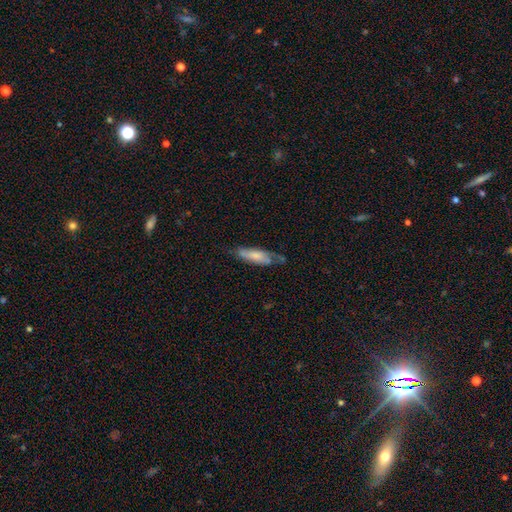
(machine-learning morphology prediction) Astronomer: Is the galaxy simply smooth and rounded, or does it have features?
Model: smooth — 60%.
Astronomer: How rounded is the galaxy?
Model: cigar-shaped — 53% (runner-up: in between, 45%).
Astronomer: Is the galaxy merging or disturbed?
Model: none — 52% (runner-up: minor disturbance, 32%).